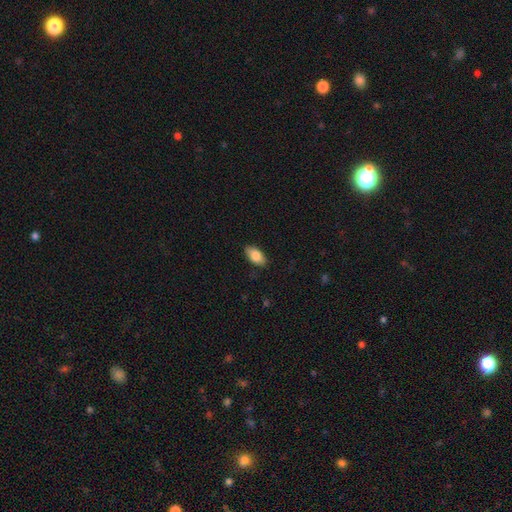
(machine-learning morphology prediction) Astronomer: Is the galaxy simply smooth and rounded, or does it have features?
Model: smooth — 82%.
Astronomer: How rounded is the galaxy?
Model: in between — 92%.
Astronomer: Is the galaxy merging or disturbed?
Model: none — 86%.